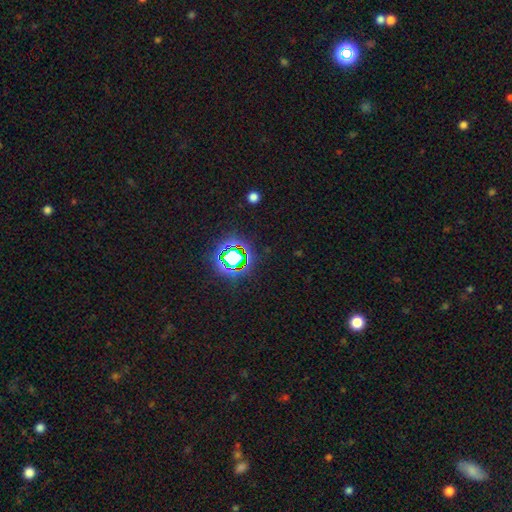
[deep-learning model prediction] star or artifact 78%, smooth 15%, featured or disk 7%.